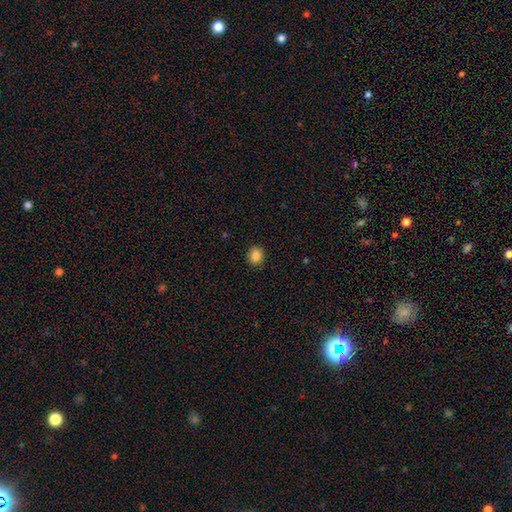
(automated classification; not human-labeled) smooth_or_featured: smooth (p=0.86) [alt: star or artifact p=0.10]
how_rounded: round (p=0.79) [alt: in between p=0.20]
merging: none (p=0.91) [alt: minor disturbance p=0.06]